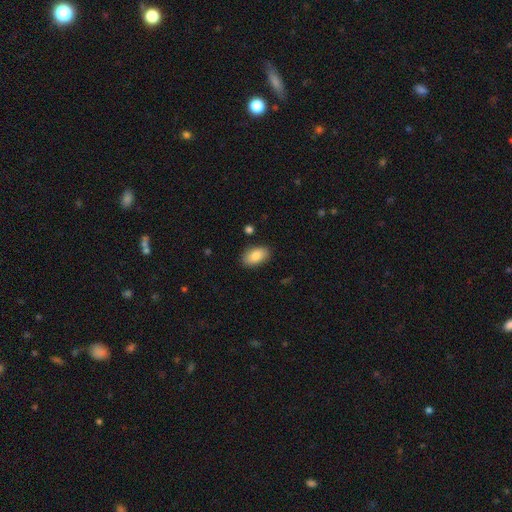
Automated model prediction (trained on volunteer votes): Smooth or featured? smooth (86%)
How rounded? in between (93%)
Merging? none (87%)